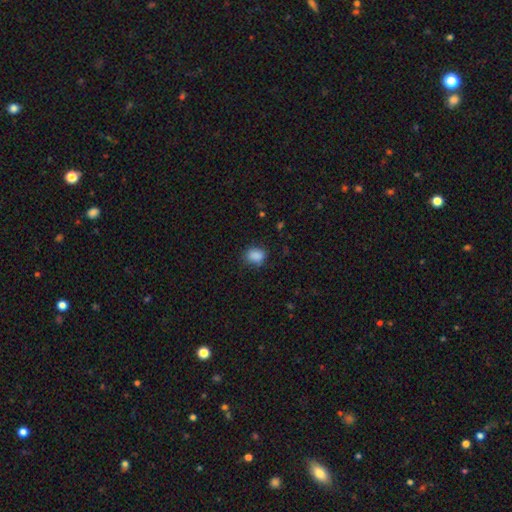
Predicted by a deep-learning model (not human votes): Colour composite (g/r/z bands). It shows a smooth galaxy with no disk features (86%) that is in between round and cigar-shaped (59%). Merging: none (74%).